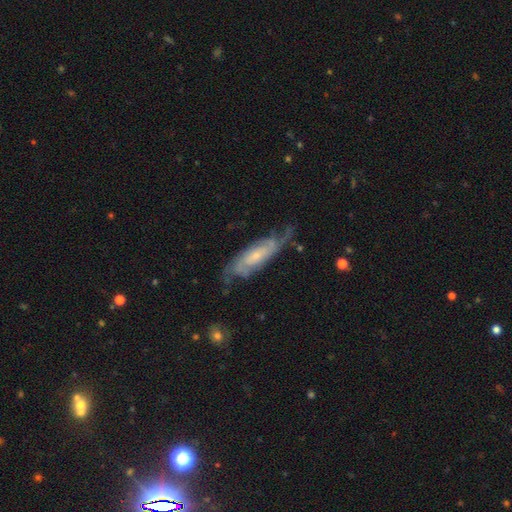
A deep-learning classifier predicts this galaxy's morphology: smooth-or-featured: featured or disk: 77% | smooth: 16% | star or artifact: 6%
  disk-edge-on: no: 82% | yes: 18%
    bar: no: 60% | weak: 30% | strong: 9%
    has-spiral-arms: yes: 93% | no: 7%
      spiral-winding: tight: 46% | medium: 38% | loose: 15%
      spiral-arm-count: 2: 48% | can't tell: 32% | 3: 10% | 4: 4% | 1: 4% | more than 4: 3%
    bulge-size: small: 67% | moderate: 24% | none: 6% | large: 2% | dominant: 1%
  merging: none: 63% | minor disturbance: 23% | major disturbance: 12% | merger: 2%